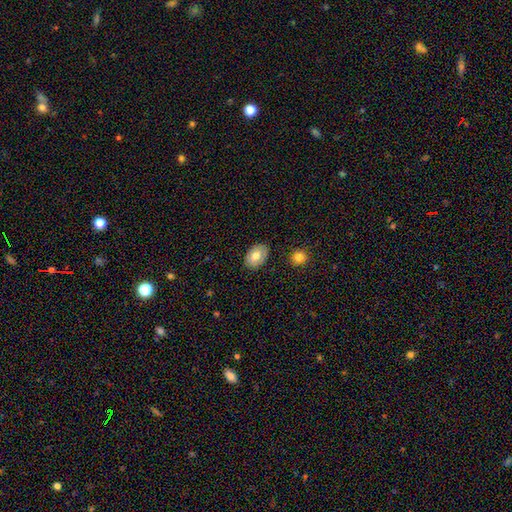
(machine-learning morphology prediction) Overall: smooth (71%). How rounded: in between (80%). Merging: none (86%).